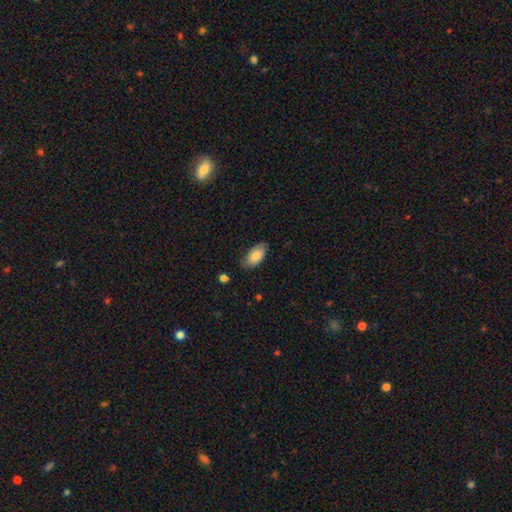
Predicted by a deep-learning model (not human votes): Overall: smooth (83%). How rounded: in between (94%). Merging: none (74%).